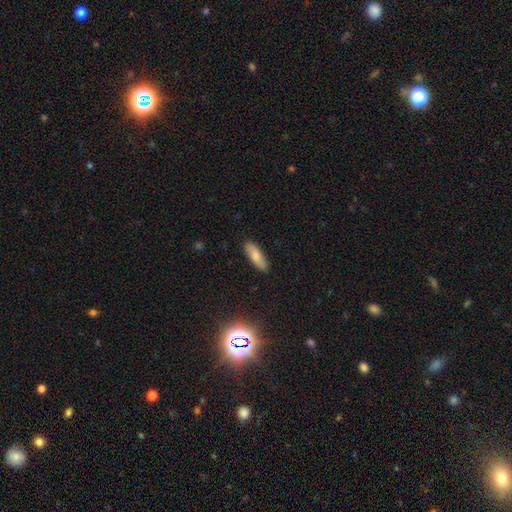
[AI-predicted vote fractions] The model was most divided on "how rounded": in between: 55%, cigar-shaped: 43%, round: 2%. More confident: merging — none (87%); smooth or featured — smooth (74%).